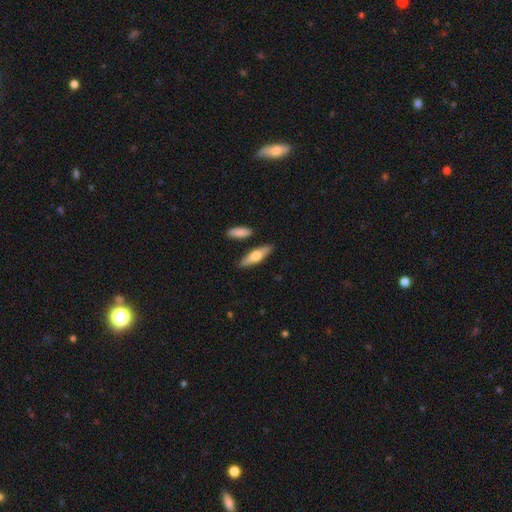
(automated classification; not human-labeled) Smooth or featured? Predicted: smooth (p=0.58). How rounded? Predicted: cigar-shaped (p=0.62). Merging? Predicted: none (p=0.83).